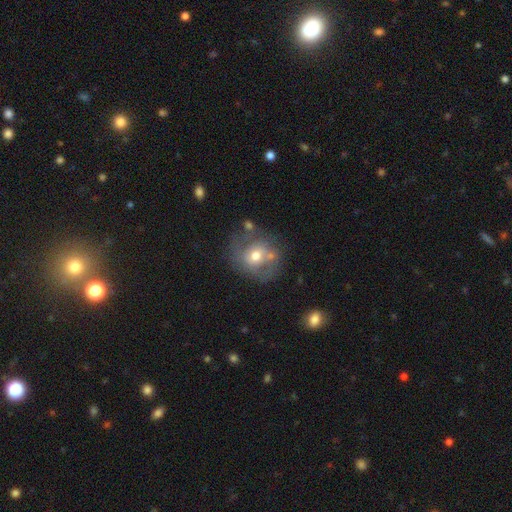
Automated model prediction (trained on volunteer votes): featured or disk 46%, smooth 43%, star or artifact 11%. Down the decision tree: merging — none (58%).